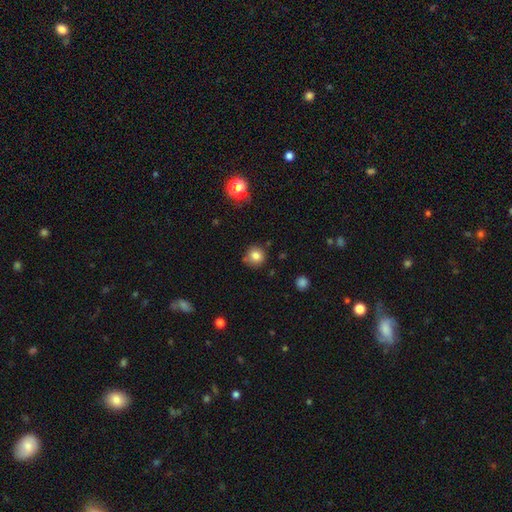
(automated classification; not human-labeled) A smooth galaxy with no disk features (82%) that is round (90%).

Vote fractions:
- Smooth or featured? smooth: 82% / star or artifact: 12% / featured or disk: 7%
- How rounded? round: 90% / in between: 9% / cigar-shaped: 1%
- Merging? none: 79% / minor disturbance: 13% / merger: 5% / major disturbance: 3%